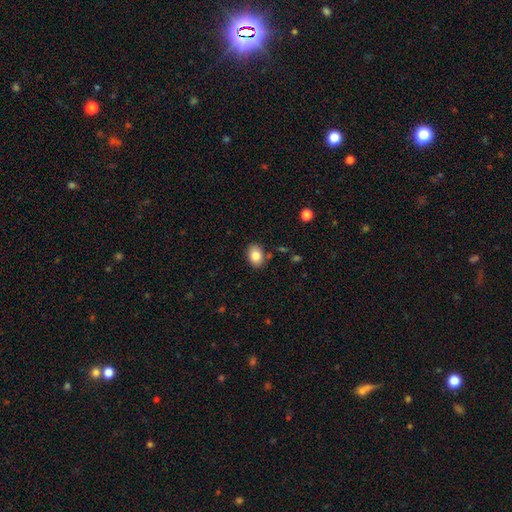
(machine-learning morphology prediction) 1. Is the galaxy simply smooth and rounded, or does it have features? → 83% smooth, 9% featured or disk, 8% star or artifact.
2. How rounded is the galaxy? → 73% in between, 26% round, 1% cigar-shaped.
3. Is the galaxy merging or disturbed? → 84% none, 10% minor disturbance, 3% merger, 2% major disturbance.